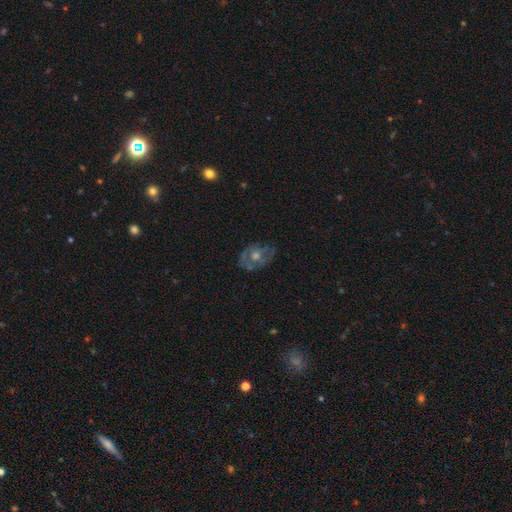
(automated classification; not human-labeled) Morphology: type=featured or disk (62%); edge-on=no (95%); bar=no (83%); spiral arms=no (51%); bulge=moderate (68%); merging=none (70%).